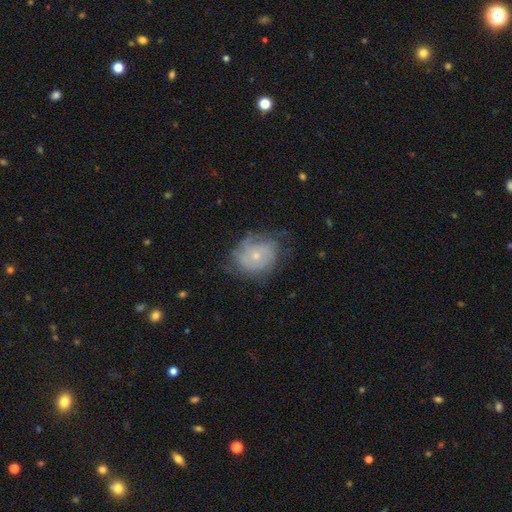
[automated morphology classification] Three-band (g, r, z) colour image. It shows a featured or disk galaxy (69%) with no bar (81%), tight (62%) spiral arms (84%) and a small central bulge (66%). Merging: none (60%).